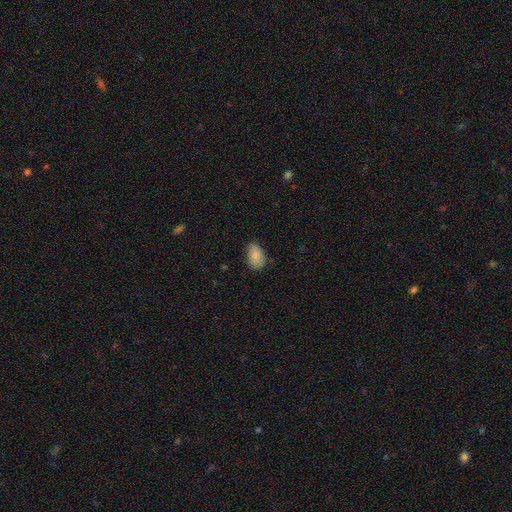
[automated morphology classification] smooth 84%, featured or disk 9%, star or artifact 7%. Down the decision tree: how rounded — in between (90%); merging — none (63%).